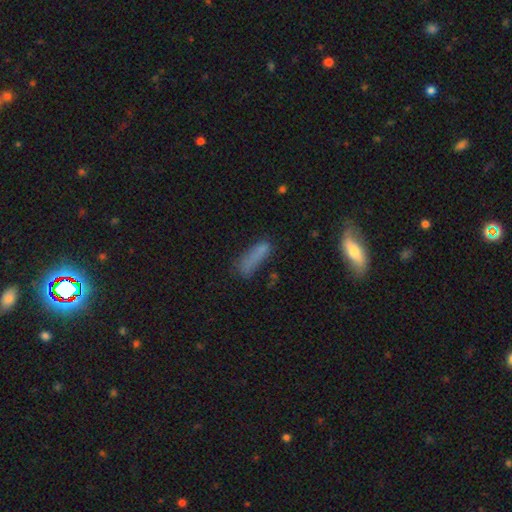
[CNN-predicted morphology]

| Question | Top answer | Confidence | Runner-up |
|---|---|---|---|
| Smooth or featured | smooth | 75% | featured or disk (14%) |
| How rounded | cigar-shaped | 69% | in between (28%) |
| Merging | none | 55% | minor disturbance (24%) |